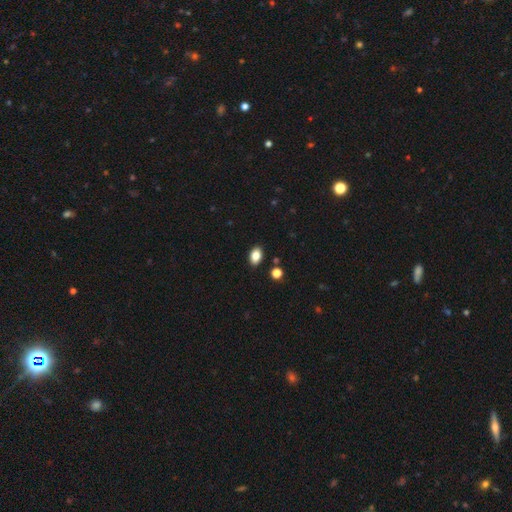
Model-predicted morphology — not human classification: Smooth or featured: smooth — 84% (star or artifact — 9%)
How rounded: in between — 86% (round — 13%)
Merging: none — 88% (minor disturbance — 8%)